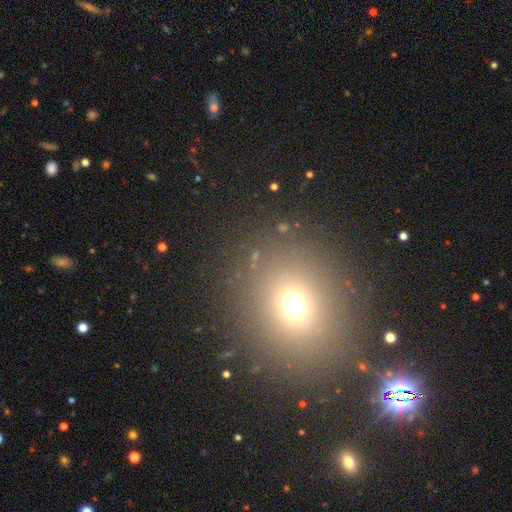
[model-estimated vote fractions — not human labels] The model was most divided on "smooth or featured": smooth: 58%, star or artifact: 32%, featured or disk: 9%. More confident: merging — none (84%); how rounded — round (75%).